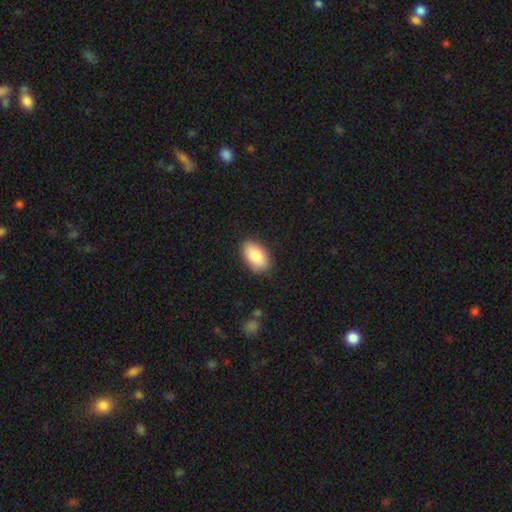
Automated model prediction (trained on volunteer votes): Smooth or featured: smooth — 87% (featured or disk — 7%)
How rounded: in between — 93% (round — 5%)
Merging: none — 85% (minor disturbance — 12%)